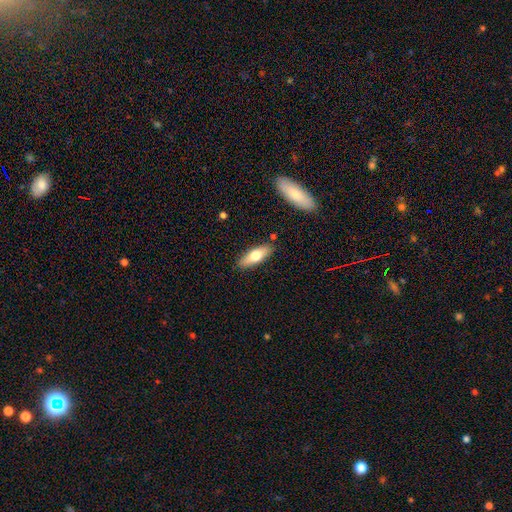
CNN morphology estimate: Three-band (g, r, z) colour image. It shows a smooth galaxy with no disk features (66%) that is in between round and cigar-shaped (59%). Merging: none (86%).